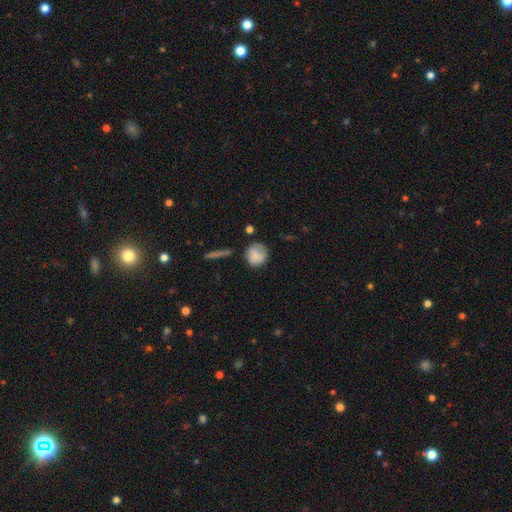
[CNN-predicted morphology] Smooth or featured? Predicted: smooth (p=0.81). How rounded? Predicted: round (p=0.87). Merging? Predicted: none (p=0.66).